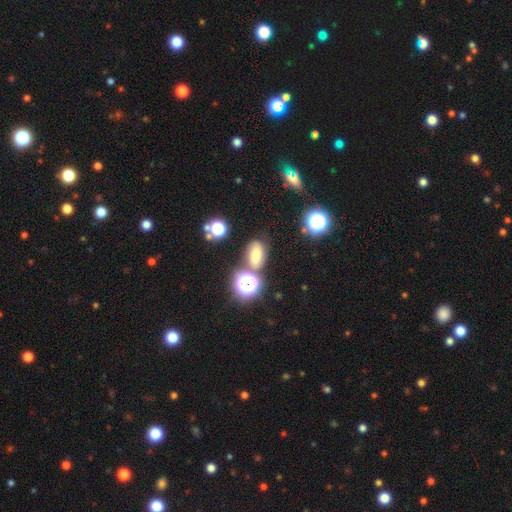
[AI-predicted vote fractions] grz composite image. It shows a smooth galaxy with no disk features (65%) that is in between round and cigar-shaped (74%). Merging: none (65%).